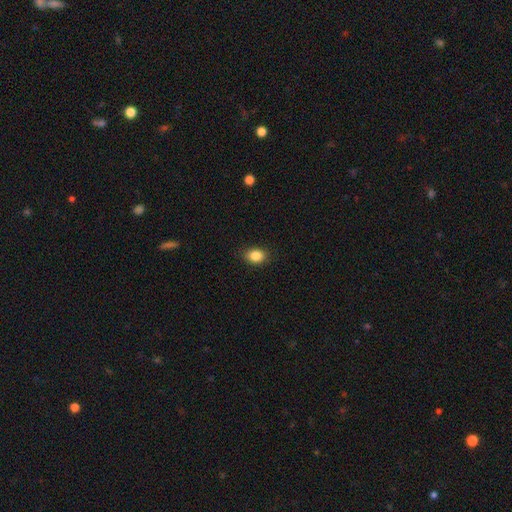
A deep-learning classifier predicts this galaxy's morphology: This appears to be a smooth galaxy with no disk features (86%) that is in between round and cigar-shaped (65%). Merging: none (88%).